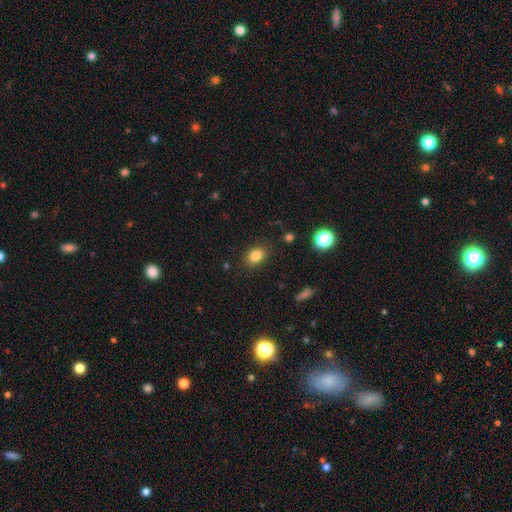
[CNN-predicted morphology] A smooth galaxy with no disk features (83%) that is in between round and cigar-shaped (71%). Merging: none (86%).